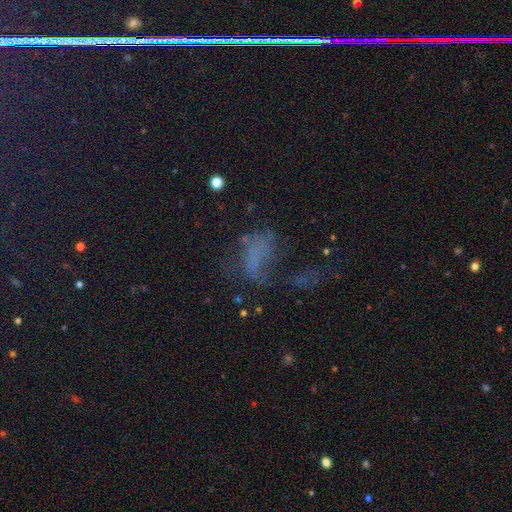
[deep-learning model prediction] A featured or disk galaxy (37%). Merging: major disturbance (45%).